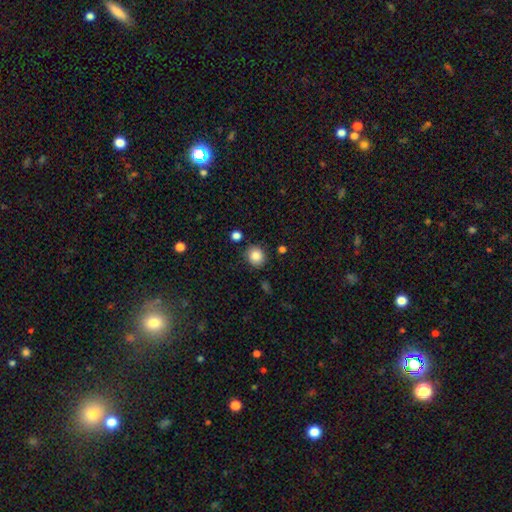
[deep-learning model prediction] This is clearly a smooth galaxy (85%). How rounded: clearly round (82%). Merging: clearly none (84%).